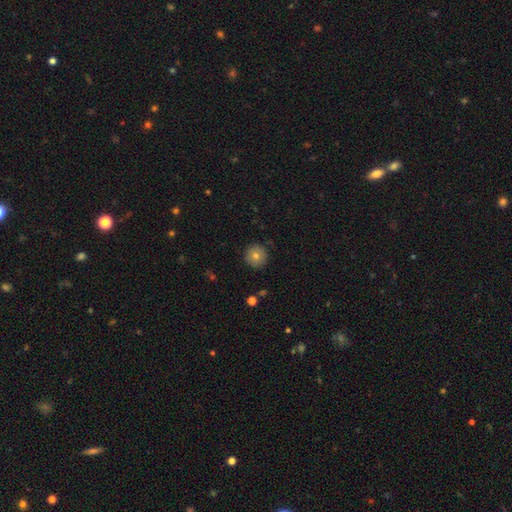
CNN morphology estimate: A smooth galaxy with no disk features (76%) that is round (95%).

Vote fractions:
- Smooth or featured? smooth: 76% / featured or disk: 14% / star or artifact: 10%
- How rounded? round: 95% / in between: 4% / cigar-shaped: 1%
- Merging? none: 90% / minor disturbance: 8% / major disturbance: 2% / merger: 1%